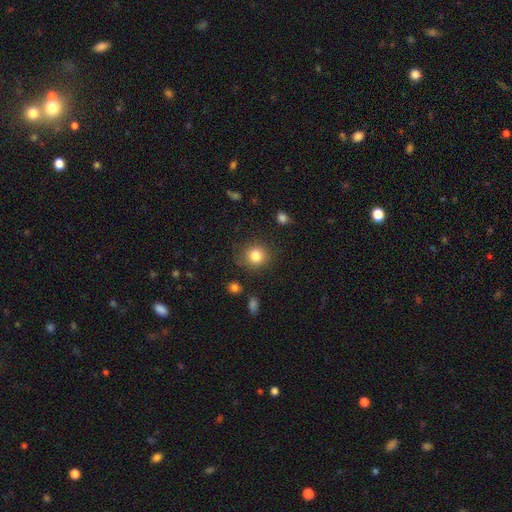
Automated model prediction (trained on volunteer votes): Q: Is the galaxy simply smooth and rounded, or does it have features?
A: smooth — 82%.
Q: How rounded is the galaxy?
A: round — 88%.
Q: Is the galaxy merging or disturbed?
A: none — 86%.